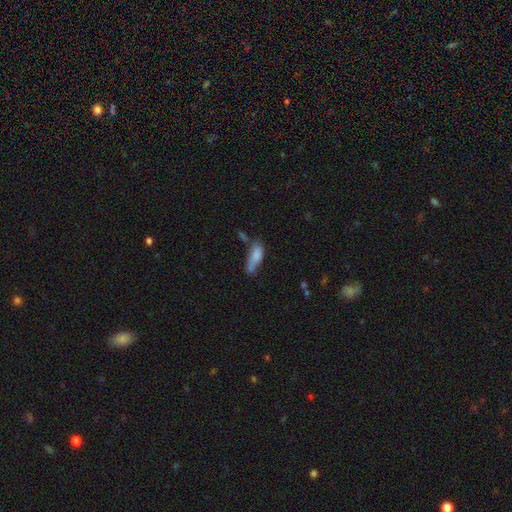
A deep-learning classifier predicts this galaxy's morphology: smooth-or-featured: smooth: 75% | featured or disk: 16% | star or artifact: 9%
  how-rounded: in between: 64% | cigar-shaped: 33% | round: 3%
  merging: none: 31% | minor disturbance: 29% | merger: 24% | major disturbance: 17%